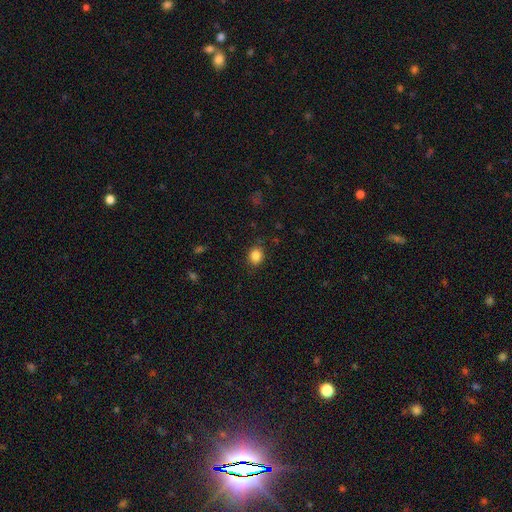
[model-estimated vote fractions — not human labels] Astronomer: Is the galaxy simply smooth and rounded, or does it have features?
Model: smooth — 85%.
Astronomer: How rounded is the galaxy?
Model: round — 63%.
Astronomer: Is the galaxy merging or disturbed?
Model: none — 85%.